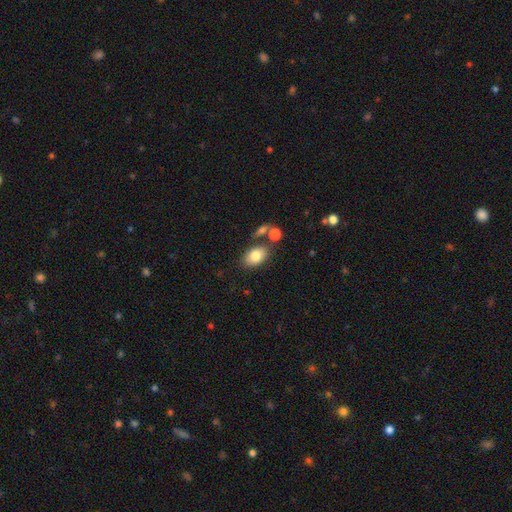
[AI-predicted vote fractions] smooth-or-featured: smooth: 80% | featured or disk: 12% | star or artifact: 8%
  how-rounded: in between: 87% | round: 11% | cigar-shaped: 2%
  merging: none: 69% | merger: 14% | minor disturbance: 13% | major disturbance: 4%